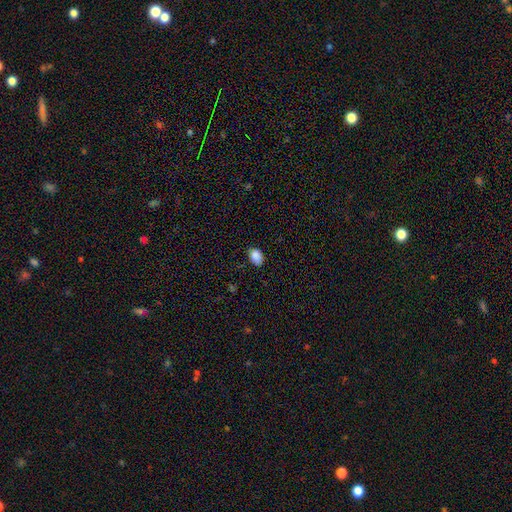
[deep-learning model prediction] The model was most divided on "merging": none: 76%, minor disturbance: 20%, major disturbance: 3%, merger: 1%. More confident: smooth or featured — smooth (87%); how rounded — in between (81%).